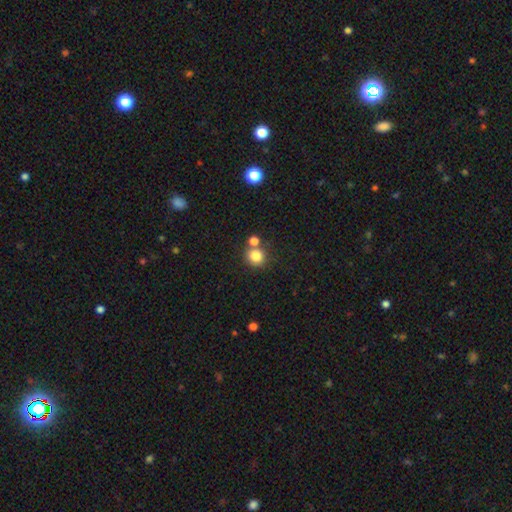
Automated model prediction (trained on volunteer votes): Q: Smooth or featured?
A: smooth (82%); runner-up: star or artifact (12%)
Q: How rounded?
A: round (87%); runner-up: in between (12%)
Q: Merging?
A: none (66%); runner-up: merger (22%)